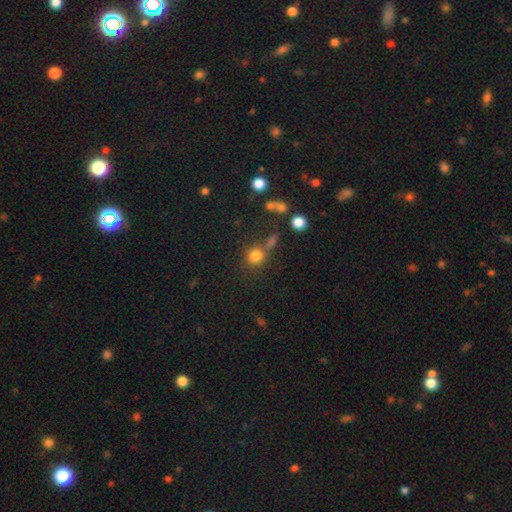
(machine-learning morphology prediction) smooth-or-featured: smooth: 79% | star or artifact: 14% | featured or disk: 7%
  how-rounded: round: 86% | in between: 12% | cigar-shaped: 1%
  merging: none: 64% | merger: 19% | minor disturbance: 11% | major disturbance: 7%